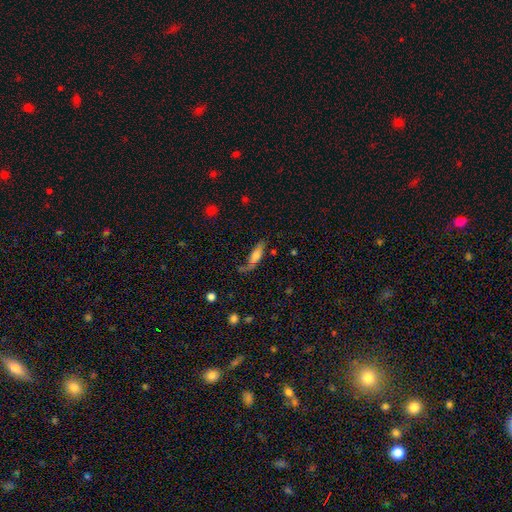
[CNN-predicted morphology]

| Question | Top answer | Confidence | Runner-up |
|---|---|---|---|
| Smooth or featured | smooth | 56% | featured or disk (36%) |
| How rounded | in between | 55% | cigar-shaped (42%) |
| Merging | none | 50% | minor disturbance (28%) |